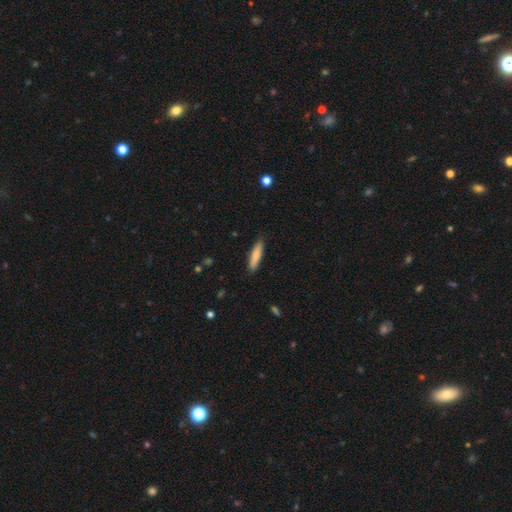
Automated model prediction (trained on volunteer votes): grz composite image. It shows a smooth galaxy with no disk features (77%) that is cigar-shaped (81%). Merging: none (87%).